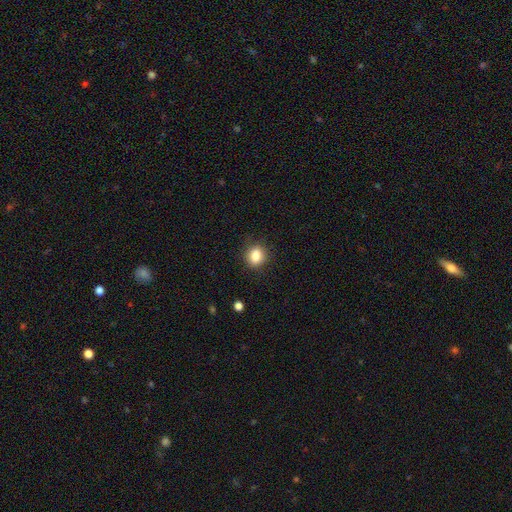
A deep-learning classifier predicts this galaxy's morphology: smooth 86%, star or artifact 10%, featured or disk 5%. Down the decision tree: how rounded — round (62%); merging — none (85%).